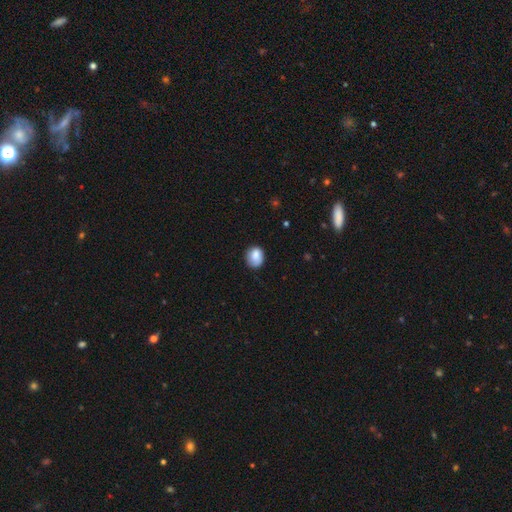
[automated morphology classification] Q: Smooth or featured?
A: smooth (83%); runner-up: featured or disk (9%)
Q: How rounded?
A: round (63%); runner-up: in between (36%)
Q: Merging?
A: none (69%); runner-up: minor disturbance (24%)